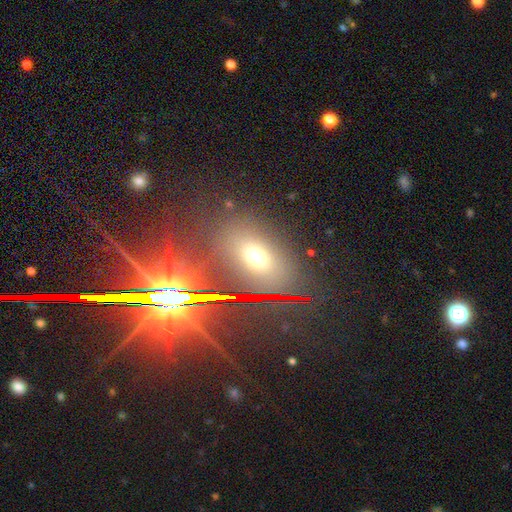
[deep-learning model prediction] The model was most divided on "smooth or featured": smooth: 54%, star or artifact: 33%, featured or disk: 13%. More confident: merging — none (80%); how rounded — in between (70%).